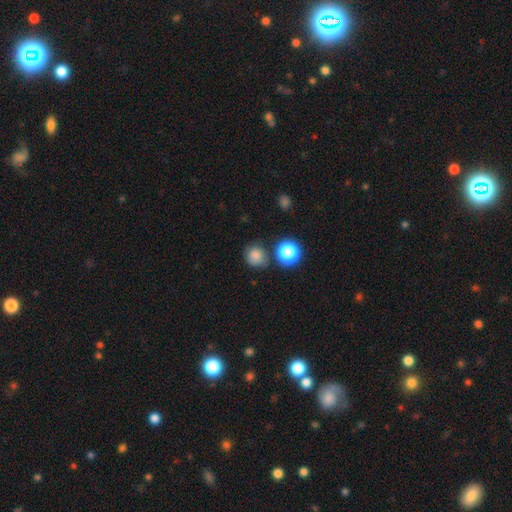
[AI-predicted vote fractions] Smooth or featured? smooth (79%)
How rounded? round (86%)
Merging? none (70%)